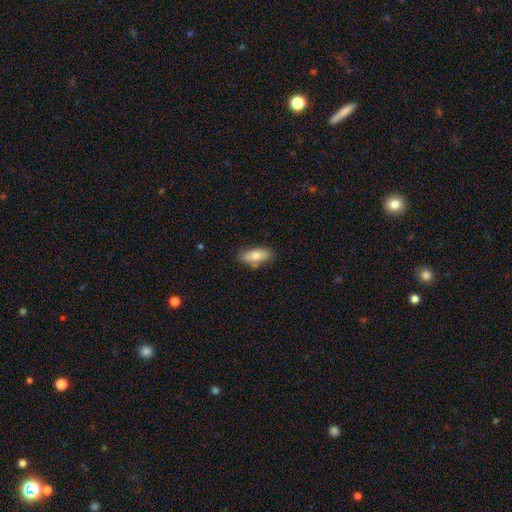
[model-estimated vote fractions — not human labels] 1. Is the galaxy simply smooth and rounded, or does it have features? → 77% smooth, 17% featured or disk, 6% star or artifact.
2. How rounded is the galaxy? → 79% in between, 18% cigar-shaped, 3% round.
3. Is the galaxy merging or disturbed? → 80% none, 14% minor disturbance, 3% merger, 3% major disturbance.